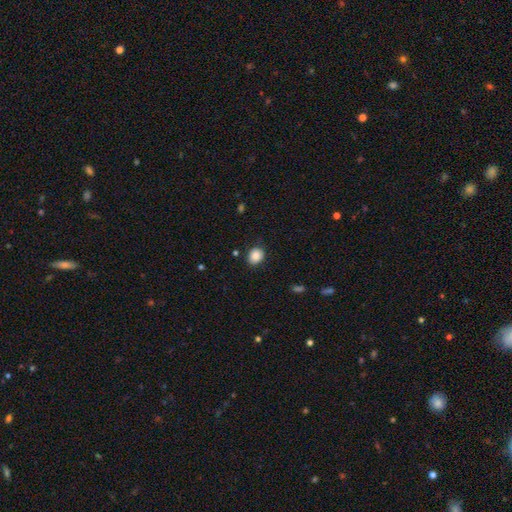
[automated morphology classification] This is clearly a smooth galaxy (87%). How rounded: likely round (61%). Merging: clearly none (86%).